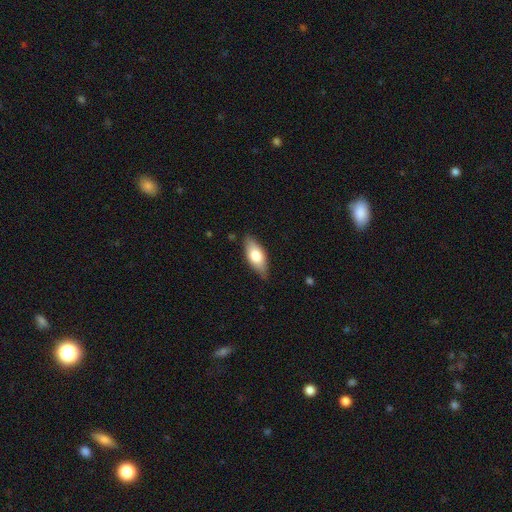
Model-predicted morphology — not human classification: Overall: smooth (69%). How rounded: in between (82%). Merging: none (82%).